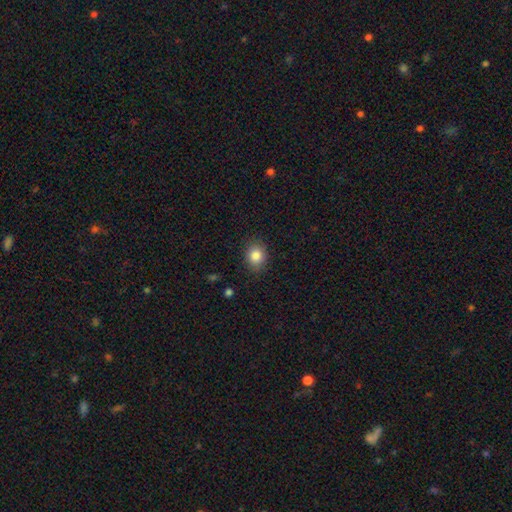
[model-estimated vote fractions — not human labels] A smooth galaxy with no disk features (85%) that is round (56%). Merging: none (86%).